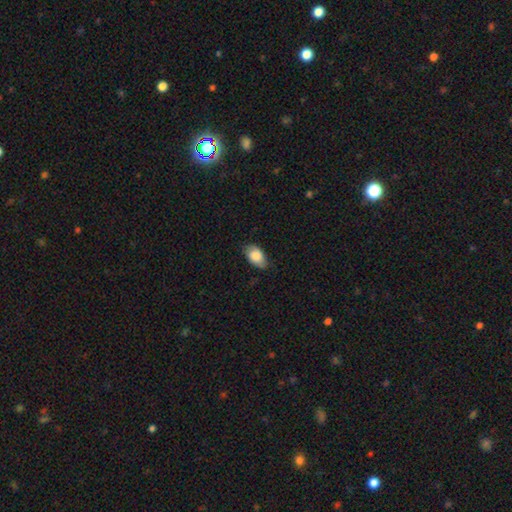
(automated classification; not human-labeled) Smooth or featured?
  - smooth: 84% *
  - featured or disk: 9%
  - star or artifact: 6%
How rounded?
  - in between: 92% *
  - round: 6%
  - cigar-shaped: 2%
Merging?
  - none: 76% *
  - minor disturbance: 20%
  - major disturbance: 3%
  - merger: 1%